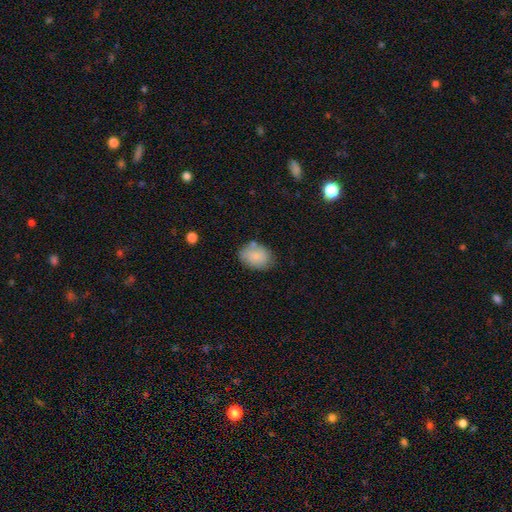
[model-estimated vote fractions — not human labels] Smooth or featured: smooth — 83% (featured or disk — 10%)
How rounded: in between — 74% (round — 25%)
Merging: none — 68% (minor disturbance — 21%)